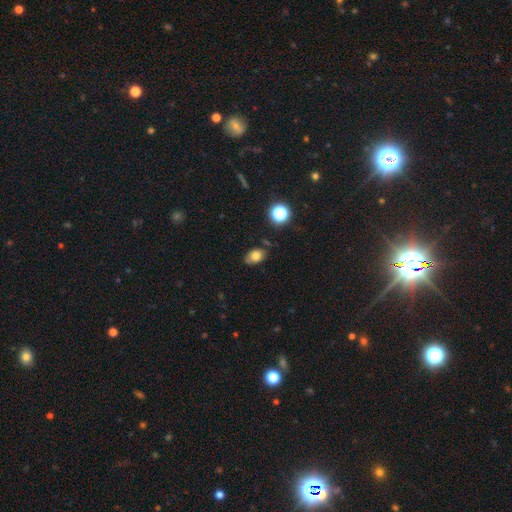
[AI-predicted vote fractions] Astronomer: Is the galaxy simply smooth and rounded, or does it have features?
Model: smooth — 76%.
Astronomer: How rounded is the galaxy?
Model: in between — 79%.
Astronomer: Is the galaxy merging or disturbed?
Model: none — 70%.